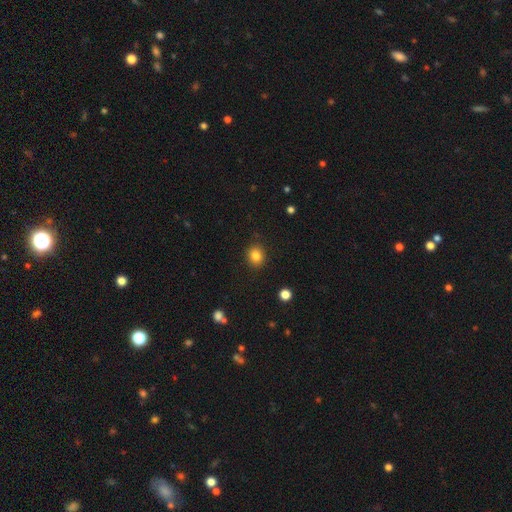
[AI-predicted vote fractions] Smooth or featured? Predicted: smooth (p=0.84). How rounded? Predicted: round (p=0.71). Merging? Predicted: none (p=0.89).